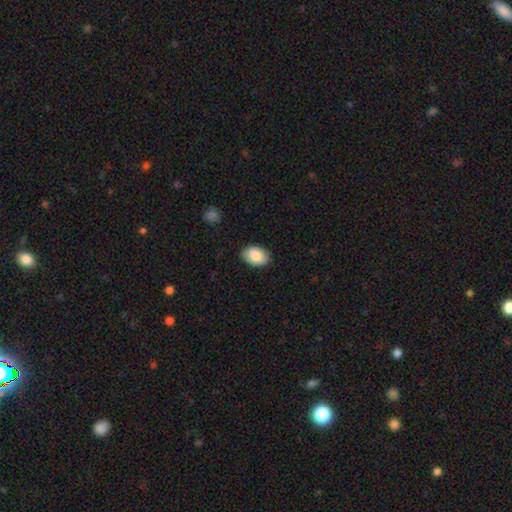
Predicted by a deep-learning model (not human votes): The model was most divided on "merging": none: 85%, minor disturbance: 12%, major disturbance: 2%, merger: 1%. More confident: how rounded — in between (91%); smooth or featured — smooth (87%).